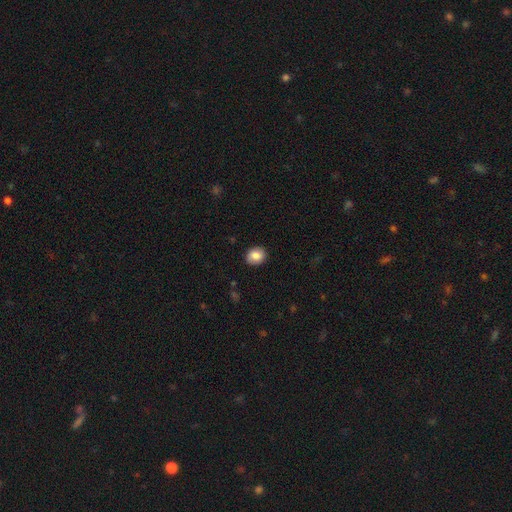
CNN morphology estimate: Smooth or featured? smooth (84%)
How rounded? round (59%)
Merging? none (87%)